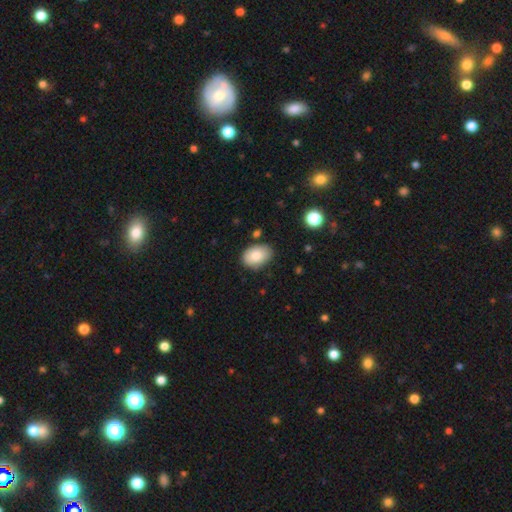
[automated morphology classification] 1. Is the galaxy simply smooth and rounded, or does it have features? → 86% smooth, 7% featured or disk, 7% star or artifact.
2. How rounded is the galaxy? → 88% in between, 11% round, 1% cigar-shaped.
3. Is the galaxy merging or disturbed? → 82% none, 13% minor disturbance, 3% major disturbance, 2% merger.